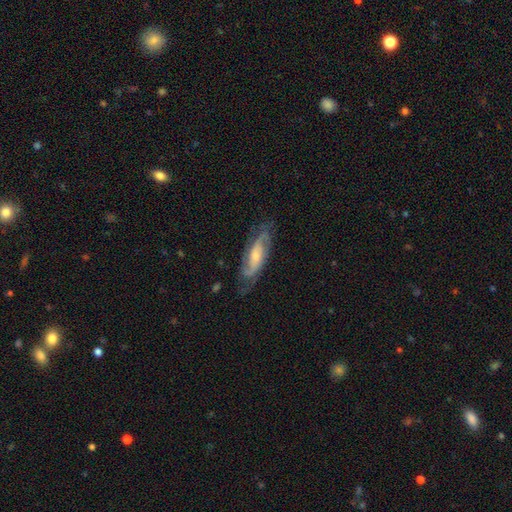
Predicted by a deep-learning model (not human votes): smooth_or_featured: featured or disk (p=0.78) [alt: smooth p=0.16]
disk_edge_on: no (p=0.87) [alt: yes p=0.13]
bar: no (p=0.51) [alt: weak p=0.36]
has_spiral_arms: yes (p=0.94) [alt: no p=0.06]
spiral_winding: medium (p=0.46) [alt: tight p=0.35]
spiral_arm_count: 2 (p=0.67) [alt: can't tell p=0.16]
bulge_size: small (p=0.48) [alt: moderate p=0.41]
merging: none (p=0.71) [alt: minor disturbance p=0.19]